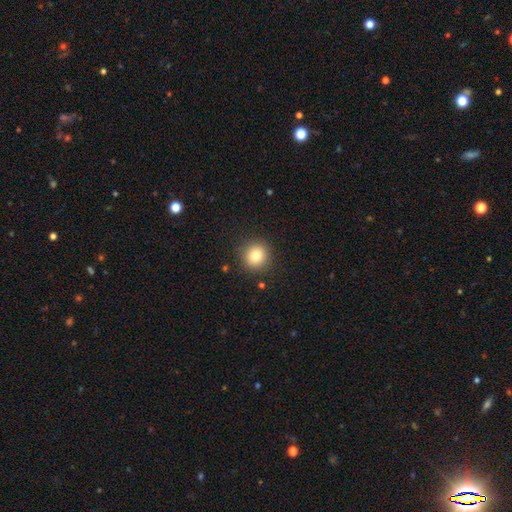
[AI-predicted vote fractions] Q: Smooth or featured?
A: smooth (82%); runner-up: star or artifact (11%)
Q: How rounded?
A: round (92%); runner-up: in between (7%)
Q: Merging?
A: none (90%); runner-up: minor disturbance (7%)